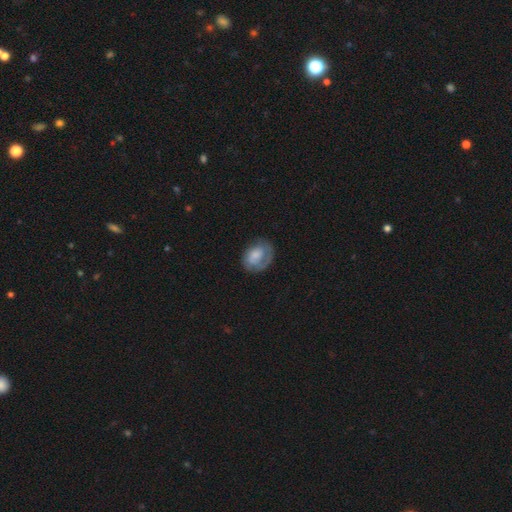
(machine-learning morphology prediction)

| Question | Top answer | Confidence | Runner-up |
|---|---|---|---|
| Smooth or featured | smooth | 55% | featured or disk (38%) |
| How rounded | in between | 63% | round (36%) |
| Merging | none | 57% | minor disturbance (25%) |